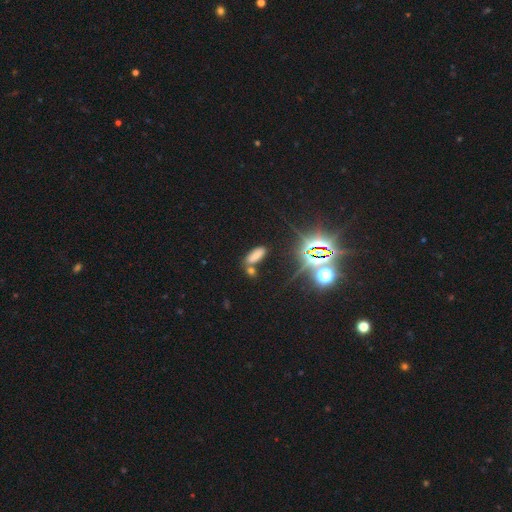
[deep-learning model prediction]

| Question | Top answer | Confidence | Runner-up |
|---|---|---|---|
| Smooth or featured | smooth | 62% | star or artifact (29%) |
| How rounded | in between | 77% | cigar-shaped (19%) |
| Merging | none | 64% | merger (19%) |